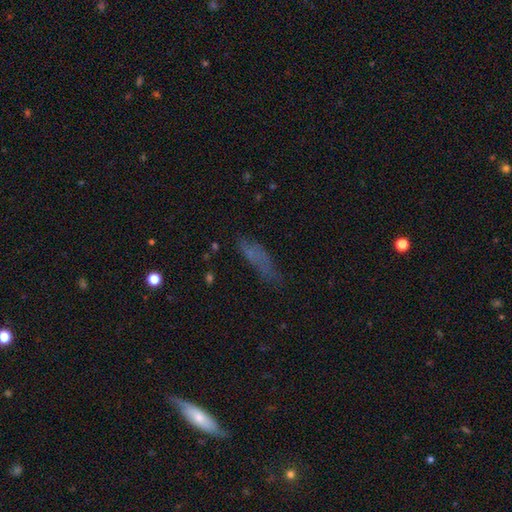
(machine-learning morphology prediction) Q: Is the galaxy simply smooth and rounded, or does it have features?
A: smooth — 61%.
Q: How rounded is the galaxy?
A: cigar-shaped — 57%.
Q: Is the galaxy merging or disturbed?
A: none — 58%.